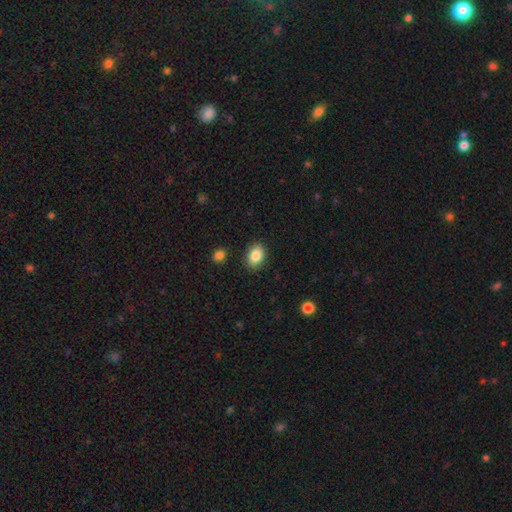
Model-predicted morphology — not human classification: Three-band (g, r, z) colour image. It shows a smooth galaxy with no disk features (86%) that is in between round and cigar-shaped (74%). Merging: none (87%).